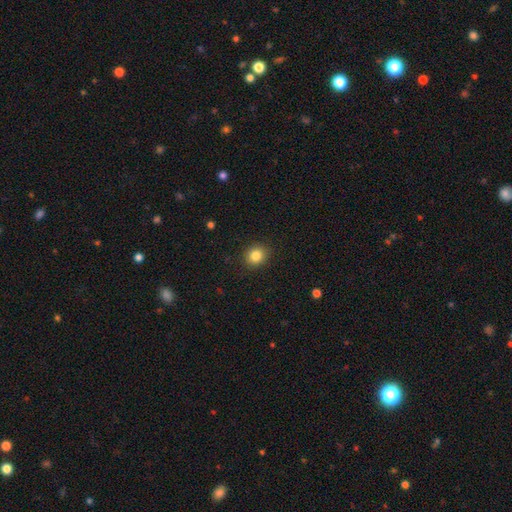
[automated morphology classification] smooth_or_featured: smooth (p=0.84) [alt: star or artifact p=0.10]
how_rounded: round (p=0.76) [alt: in between p=0.23]
merging: none (p=0.90) [alt: minor disturbance p=0.07]